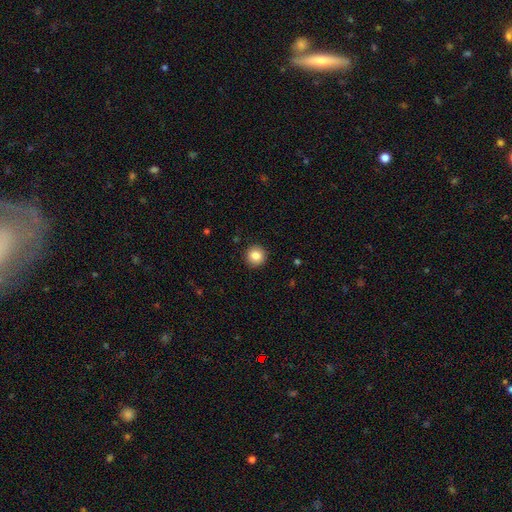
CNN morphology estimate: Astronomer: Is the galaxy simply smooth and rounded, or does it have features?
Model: smooth — 85%.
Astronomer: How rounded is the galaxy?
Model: round — 95%.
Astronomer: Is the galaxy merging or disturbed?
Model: none — 92%.